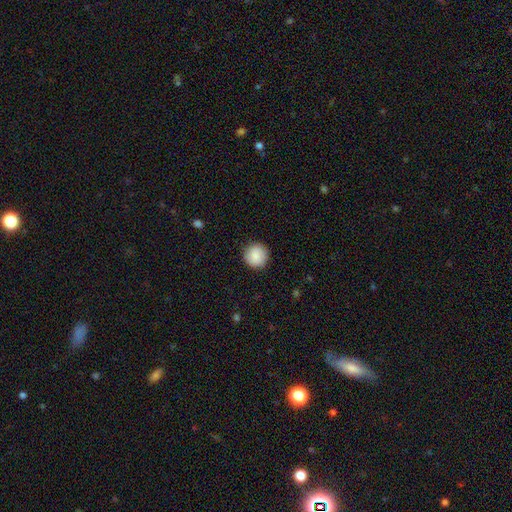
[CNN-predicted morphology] A smooth galaxy with no disk features (88%) that is round (95%). Merging: none (90%).